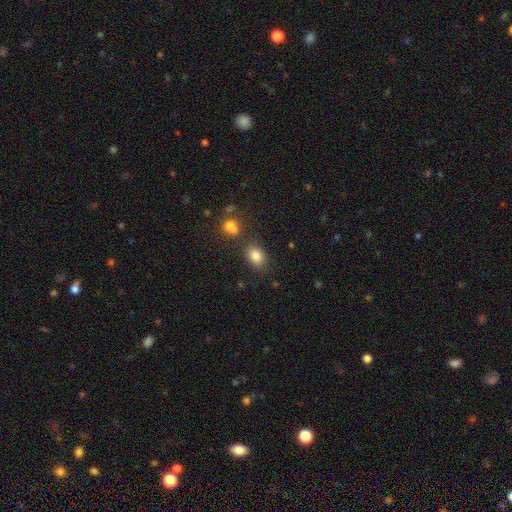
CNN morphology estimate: This is clearly a smooth galaxy (82%). How rounded: likely in between (71%). Merging: likely none (75%).